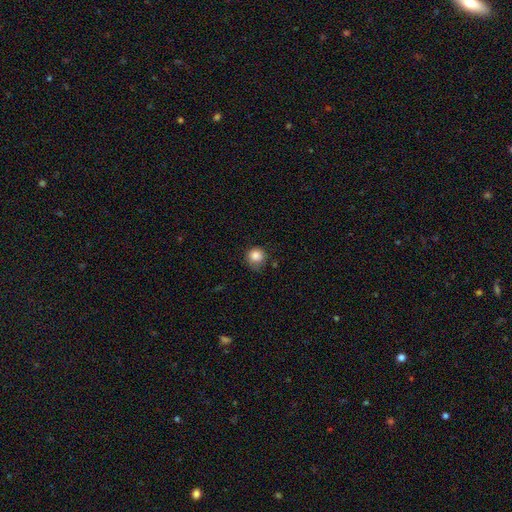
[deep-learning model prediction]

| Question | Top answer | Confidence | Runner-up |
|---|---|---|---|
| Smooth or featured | smooth | 85% | star or artifact (10%) |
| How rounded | round | 89% | in between (10%) |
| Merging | none | 63% | minor disturbance (27%) |